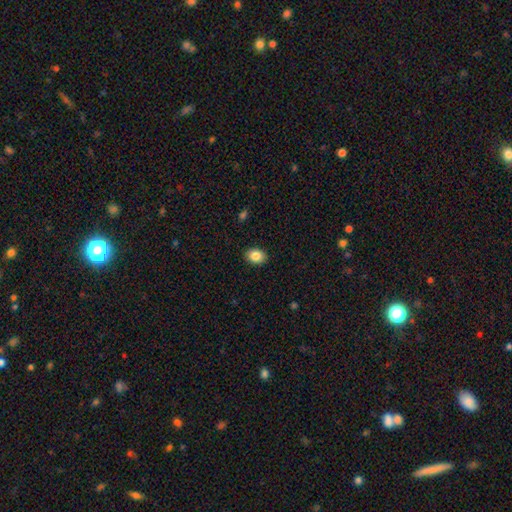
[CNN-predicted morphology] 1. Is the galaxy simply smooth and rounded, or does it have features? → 85% smooth, 8% star or artifact, 7% featured or disk.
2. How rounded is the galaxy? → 66% in between, 33% round, 1% cigar-shaped.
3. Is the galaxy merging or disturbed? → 90% none, 7% minor disturbance, 2% major disturbance, 1% merger.